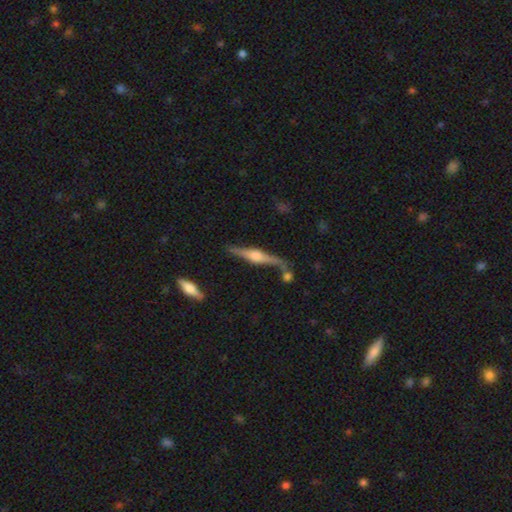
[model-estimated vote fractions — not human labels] This is clearly a featured or disk galaxy (81%). It is clearly viewed edge-on (96%). Edge-on bulge: clearly rounded (87%). Merging: likely none (71%).